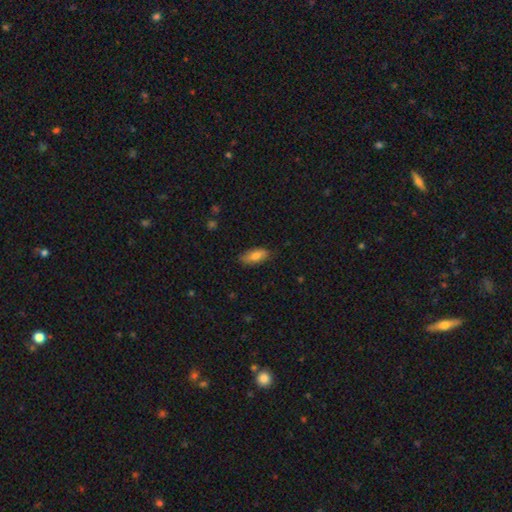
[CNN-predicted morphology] This is likely a smooth galaxy (78%). How rounded: clearly in between (80%). Merging: likely none (79%).